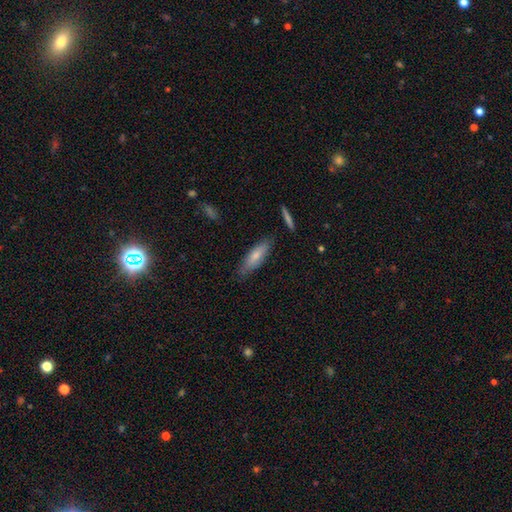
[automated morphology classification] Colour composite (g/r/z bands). It shows a smooth galaxy with no disk features (73%) that is cigar-shaped (59%). Merging: none (79%).